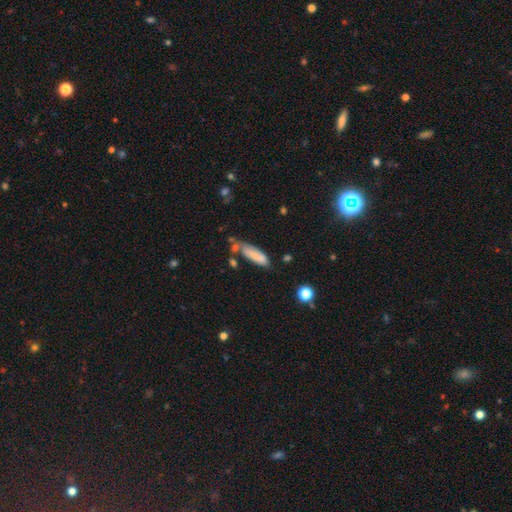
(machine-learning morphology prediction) type=smooth (79%); roundness=cigar-shaped (52%); merging=none (53%).